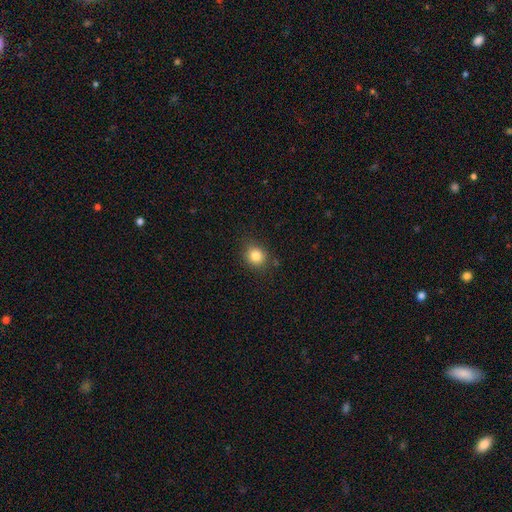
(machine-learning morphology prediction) The model was most divided on "how rounded": round: 78%, in between: 21%, cigar-shaped: 1%. More confident: merging — none (83%); smooth or featured — smooth (83%).